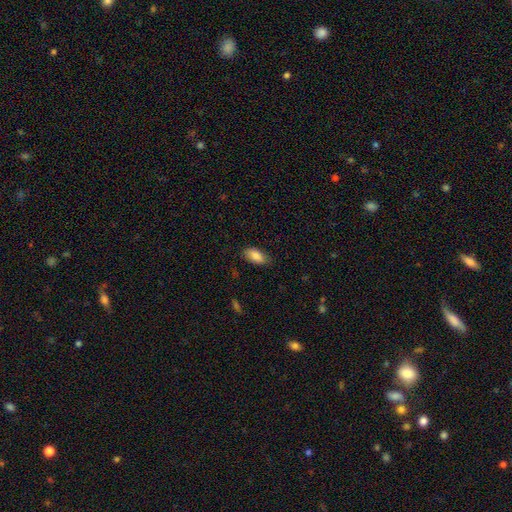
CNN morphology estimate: type=smooth (86%); roundness=in between (93%); merging=none (80%).